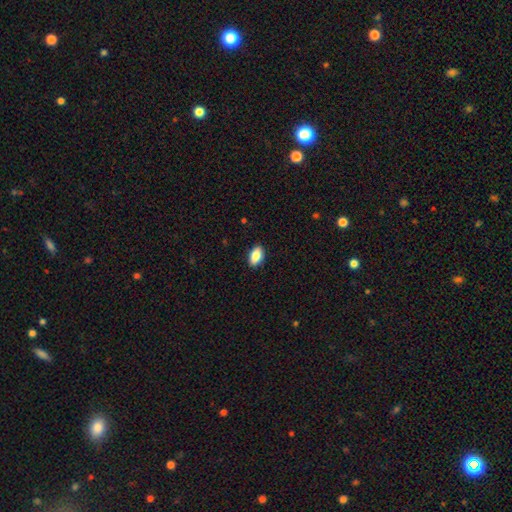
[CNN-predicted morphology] Smooth or featured?
  - smooth: 85% *
  - featured or disk: 8%
  - star or artifact: 7%
How rounded?
  - in between: 91% *
  - round: 5%
  - cigar-shaped: 4%
Merging?
  - none: 89% *
  - minor disturbance: 9%
  - major disturbance: 2%
  - merger: 1%